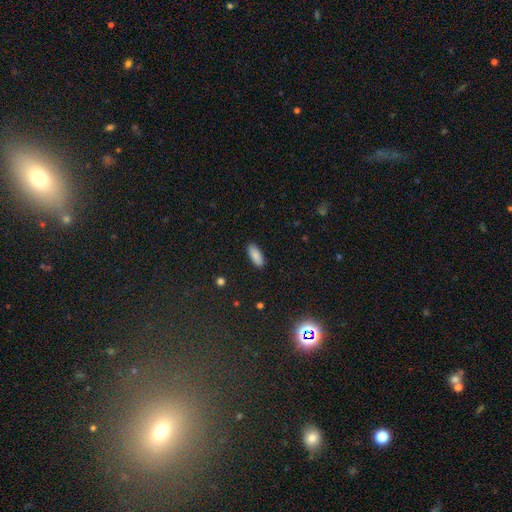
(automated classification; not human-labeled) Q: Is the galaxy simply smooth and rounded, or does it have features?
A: smooth — 88%.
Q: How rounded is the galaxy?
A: in between — 80%.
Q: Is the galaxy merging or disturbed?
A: none — 89%.